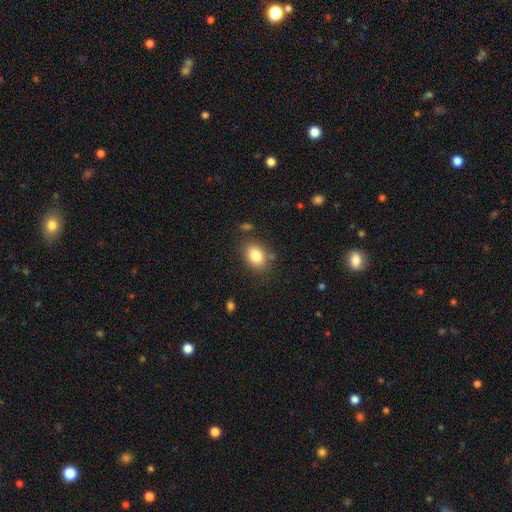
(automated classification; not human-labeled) smooth_or_featured: smooth (p=0.83) [alt: star or artifact p=0.09]
how_rounded: in between (p=0.68) [alt: round p=0.31]
merging: none (p=0.79) [alt: minor disturbance p=0.13]